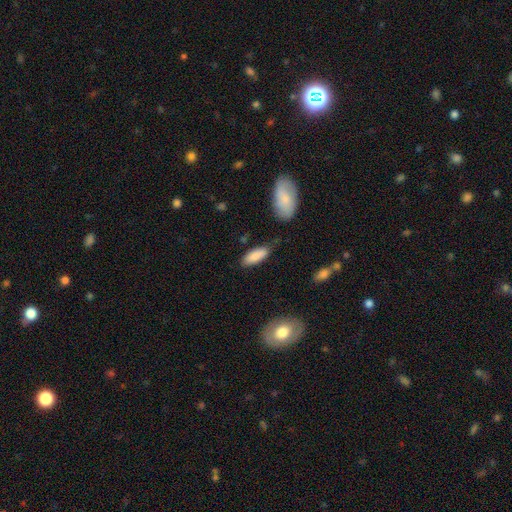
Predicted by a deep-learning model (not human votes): Smooth or featured? Predicted: smooth (p=0.86). How rounded? Predicted: in between (p=0.72). Merging? Predicted: none (p=0.69).